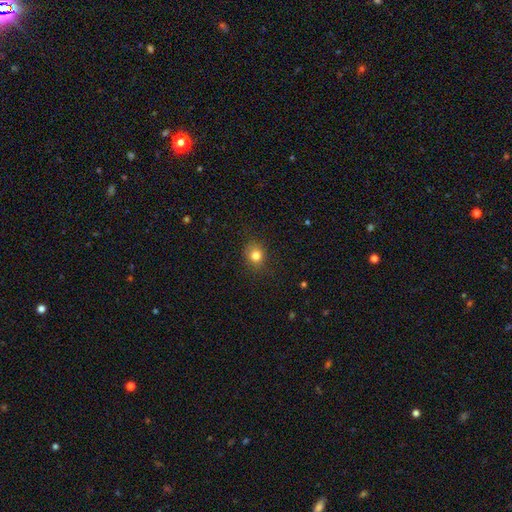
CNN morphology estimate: Q: Smooth or featured?
A: smooth (81%); runner-up: star or artifact (12%)
Q: How rounded?
A: round (70%); runner-up: in between (29%)
Q: Merging?
A: none (85%); runner-up: minor disturbance (11%)